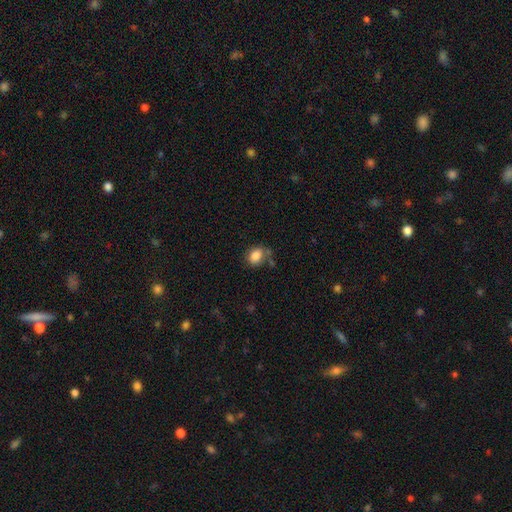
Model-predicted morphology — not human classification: Smooth or featured?
  - smooth: 83% *
  - star or artifact: 9%
  - featured or disk: 8%
How rounded?
  - in between: 62% *
  - round: 37%
  - cigar-shaped: 1%
Merging?
  - none: 55% *
  - minor disturbance: 24%
  - merger: 10%
  - major disturbance: 10%